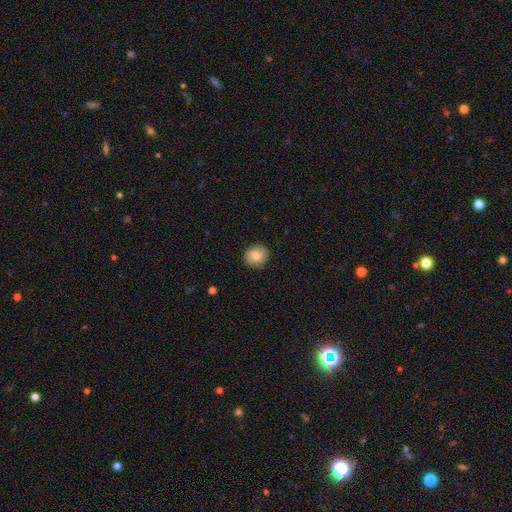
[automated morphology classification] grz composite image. It shows a smooth galaxy with no disk features (79%) that is round (86%). Merging: none (87%).